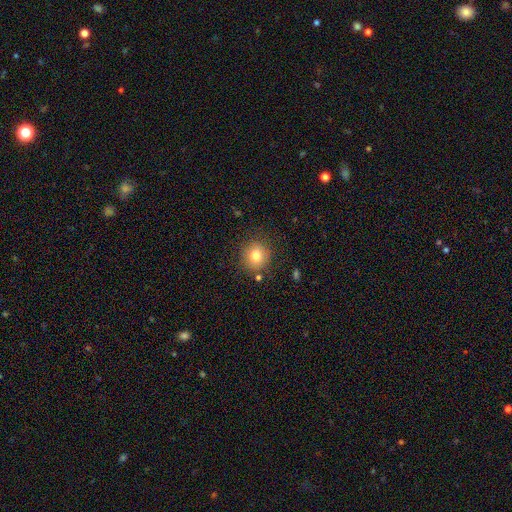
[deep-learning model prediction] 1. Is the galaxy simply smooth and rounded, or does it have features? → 79% smooth, 12% star or artifact, 10% featured or disk.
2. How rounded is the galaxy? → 88% round, 11% in between, 1% cigar-shaped.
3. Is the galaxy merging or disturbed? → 85% none, 9% minor disturbance, 3% major disturbance, 3% merger.